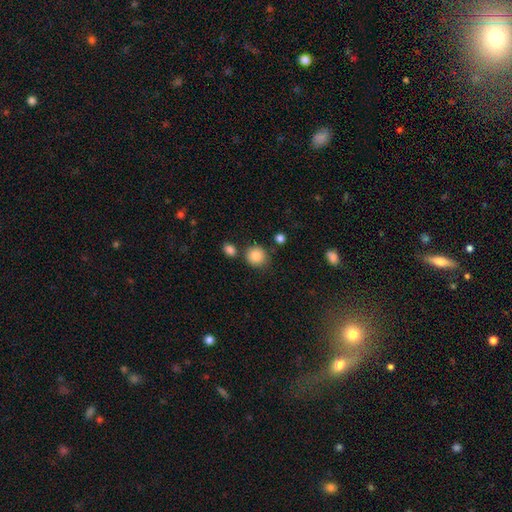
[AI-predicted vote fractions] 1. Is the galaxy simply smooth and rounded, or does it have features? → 85% smooth, 9% star or artifact, 6% featured or disk.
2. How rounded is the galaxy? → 87% round, 12% in between, 1% cigar-shaped.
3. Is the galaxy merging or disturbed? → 78% none, 11% minor disturbance, 8% merger, 3% major disturbance.